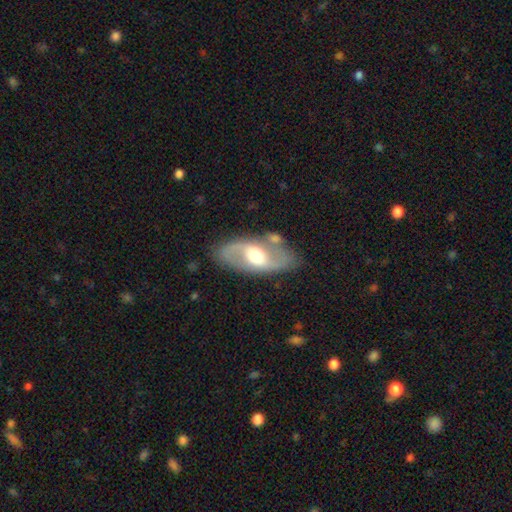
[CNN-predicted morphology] A featured or disk galaxy (78%) with a weak bar (44%), 2 (90%) medium (44%) spiral arms (88%) and a moderate central bulge (66%). Merging: none (75%).